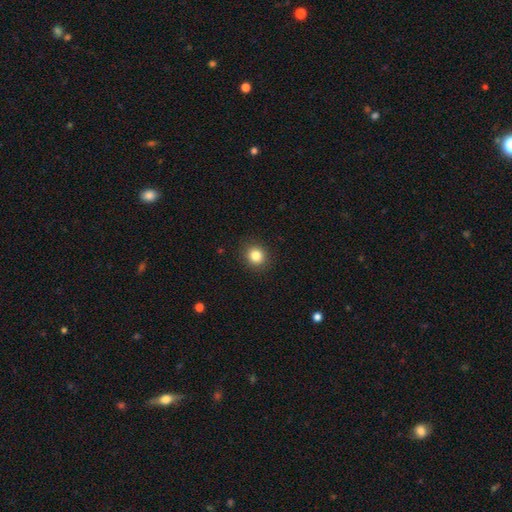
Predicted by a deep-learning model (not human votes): Q: Smooth or featured?
A: smooth (84%); runner-up: star or artifact (11%)
Q: How rounded?
A: round (85%); runner-up: in between (14%)
Q: Merging?
A: none (90%); runner-up: minor disturbance (6%)